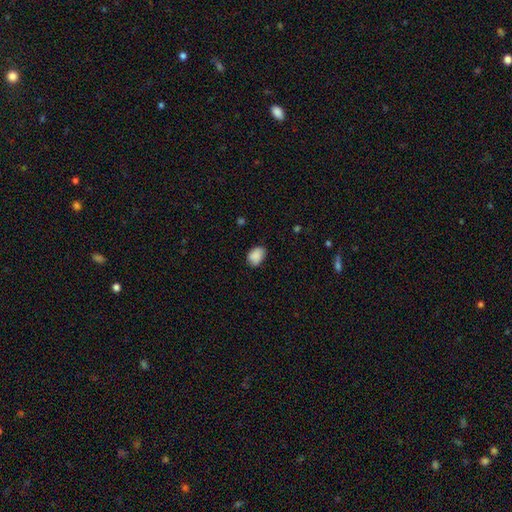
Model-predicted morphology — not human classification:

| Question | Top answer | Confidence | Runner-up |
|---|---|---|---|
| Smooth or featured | smooth | 88% | star or artifact (7%) |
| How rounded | in between | 79% | round (20%) |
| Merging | none | 74% | minor disturbance (21%) |